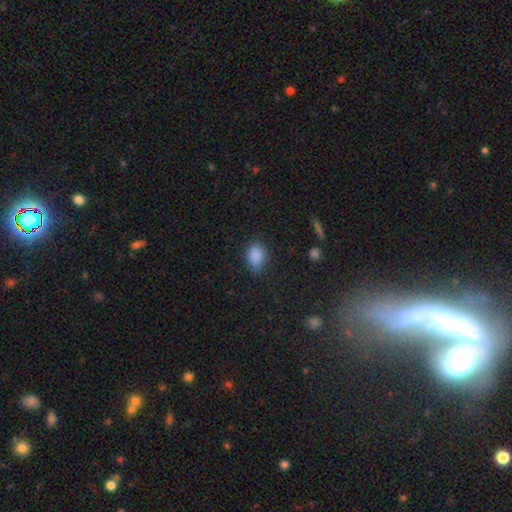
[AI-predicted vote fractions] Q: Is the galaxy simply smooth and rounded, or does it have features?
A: smooth — 87%.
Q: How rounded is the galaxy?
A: in between — 76%.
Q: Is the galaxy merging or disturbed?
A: none — 75%.